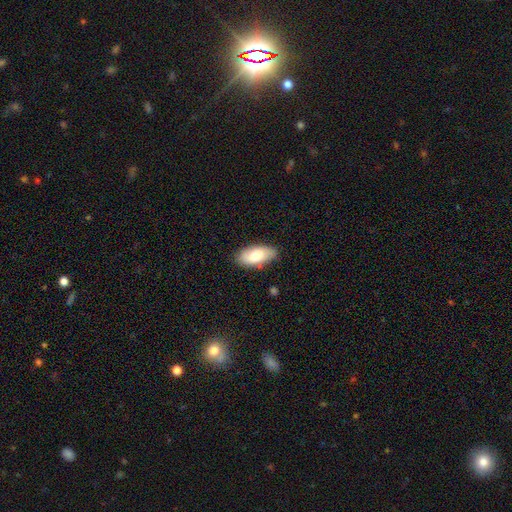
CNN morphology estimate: This appears to be a smooth galaxy with no disk features (79%) that is in between round and cigar-shaped (92%). Merging: none (80%).